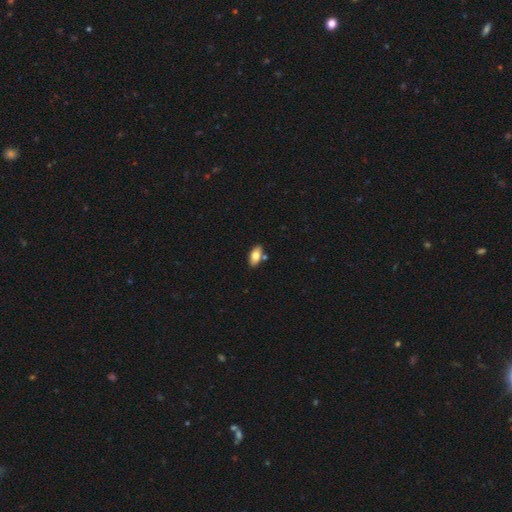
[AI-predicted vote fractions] Smooth or featured?
  - smooth: 78% *
  - featured or disk: 15%
  - star or artifact: 7%
How rounded?
  - in between: 92% *
  - cigar-shaped: 5%
  - round: 3%
Merging?
  - none: 78% *
  - minor disturbance: 12%
  - merger: 8%
  - major disturbance: 2%